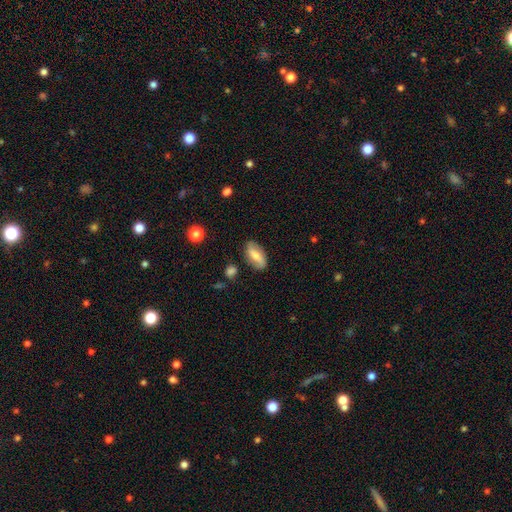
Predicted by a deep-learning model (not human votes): Morphology: type=smooth (51%); roundness=in between (86%); merging=none (80%).